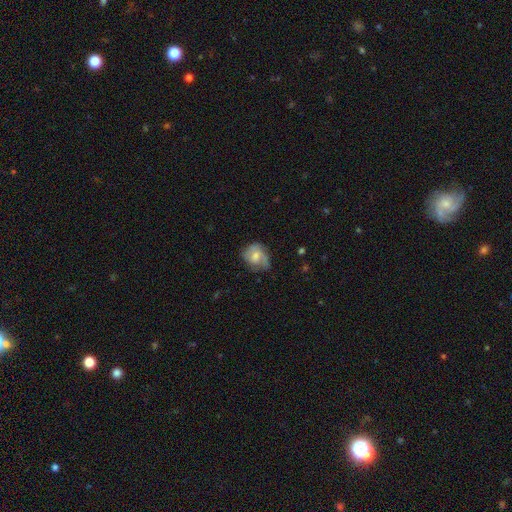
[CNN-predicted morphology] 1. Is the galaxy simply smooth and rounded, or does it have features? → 52% smooth, 39% featured or disk, 8% star or artifact.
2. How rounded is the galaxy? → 53% round, 46% in between, 1% cigar-shaped.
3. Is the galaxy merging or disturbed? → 47% none, 33% minor disturbance, 18% major disturbance, 2% merger.